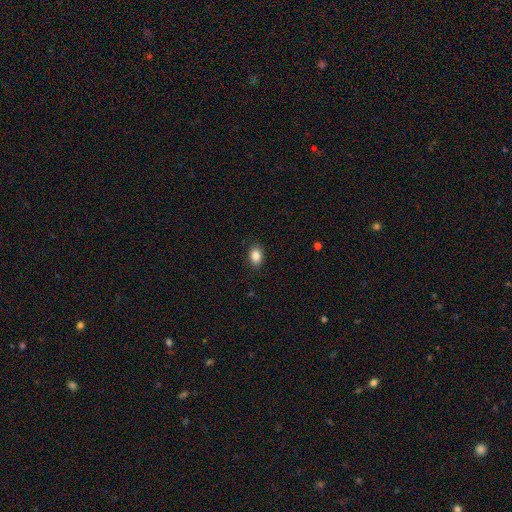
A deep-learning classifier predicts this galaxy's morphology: A smooth galaxy with no disk features (87%) that is in between round and cigar-shaped (75%).

Vote fractions:
- Smooth or featured? smooth: 87% / star or artifact: 9% / featured or disk: 5%
- How rounded? in between: 75% / round: 24% / cigar-shaped: 1%
- Merging? none: 88% / minor disturbance: 9% / major disturbance: 2% / merger: 1%